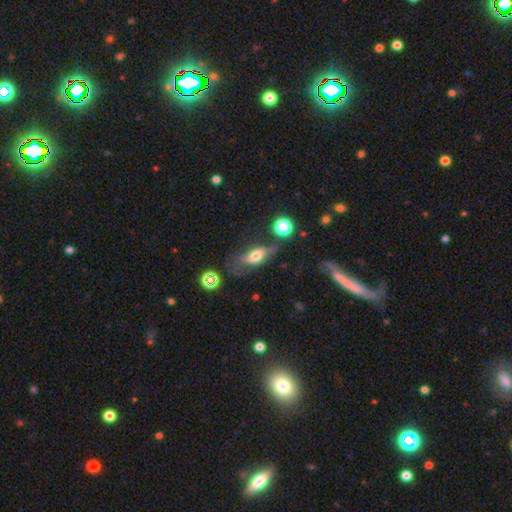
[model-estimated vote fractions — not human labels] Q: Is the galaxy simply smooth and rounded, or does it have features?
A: smooth — 52%.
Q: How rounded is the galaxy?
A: in between — 72%.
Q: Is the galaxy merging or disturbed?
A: none — 41%.